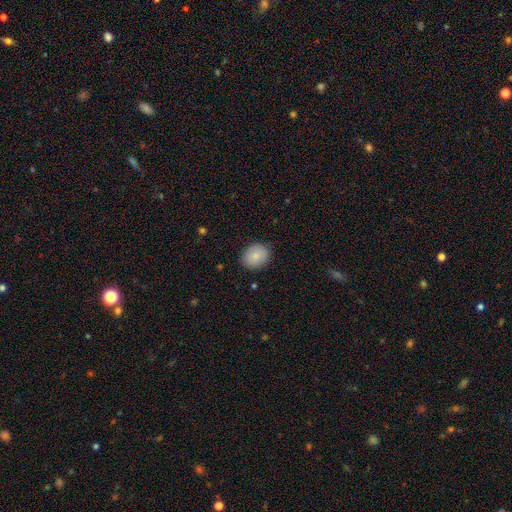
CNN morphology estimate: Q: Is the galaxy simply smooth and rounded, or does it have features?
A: smooth — 85%.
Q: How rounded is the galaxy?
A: round — 52%.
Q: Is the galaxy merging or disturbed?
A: none — 87%.